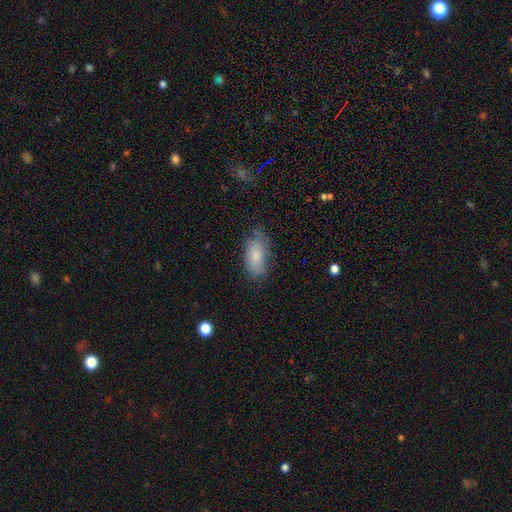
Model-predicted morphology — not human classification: A smooth galaxy with no disk features (80%) that is in between round and cigar-shaped (90%).

Vote fractions:
- Smooth or featured? smooth: 80% / featured or disk: 13% / star or artifact: 7%
- How rounded? in between: 90% / cigar-shaped: 7% / round: 3%
- Merging? none: 68% / minor disturbance: 25% / major disturbance: 6% / merger: 2%